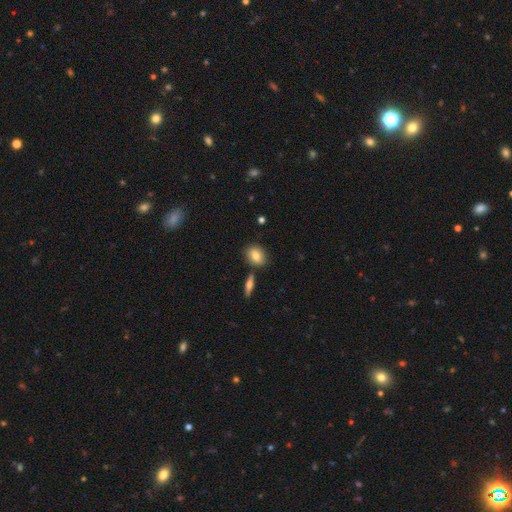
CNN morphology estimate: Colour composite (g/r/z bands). It shows a smooth galaxy with no disk features (80%) that is in between round and cigar-shaped (61%). Merging: none (77%).